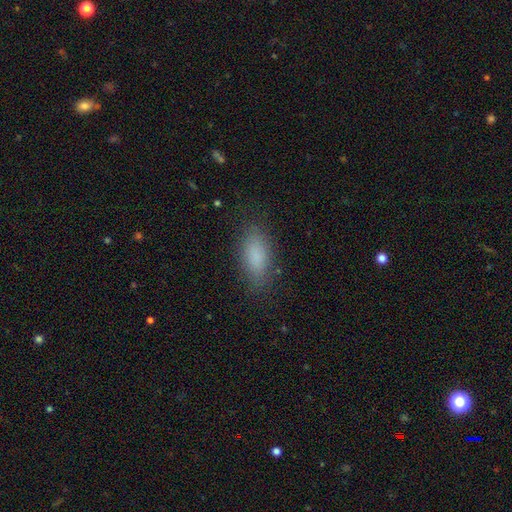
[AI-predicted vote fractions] The model was most divided on "how rounded": in between: 81%, cigar-shaped: 16%, round: 3%. More confident: smooth or featured — smooth (84%); merging — none (83%).